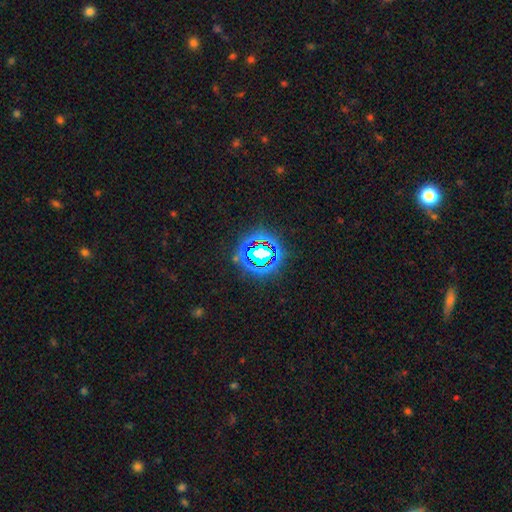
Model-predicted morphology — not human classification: This appears to be a star or artifact, not a galaxy (81%).